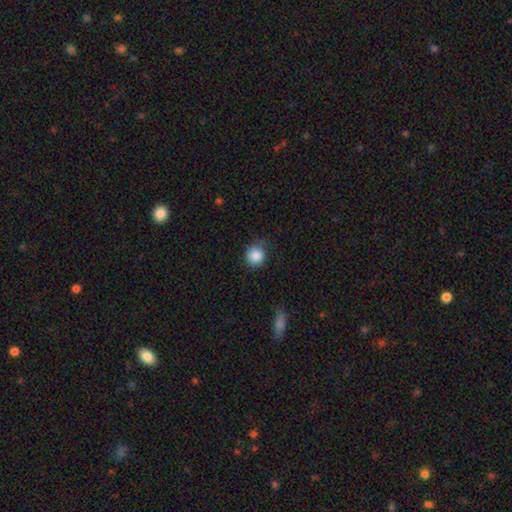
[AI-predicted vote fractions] Smooth or featured? smooth (86%)
How rounded? round (90%)
Merging? none (71%)